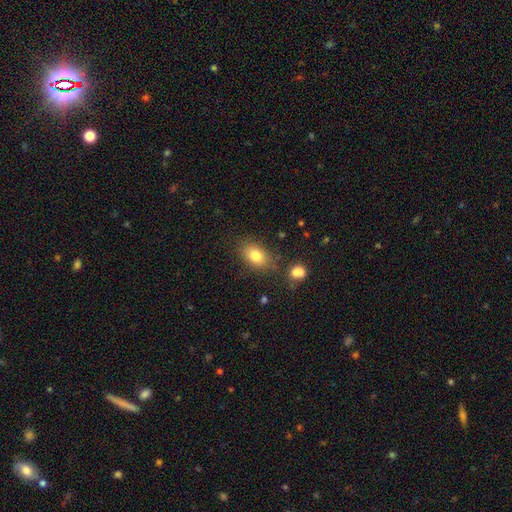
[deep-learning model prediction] A smooth galaxy with no disk features (80%) that is in between round and cigar-shaped (81%). Merging: none (78%).